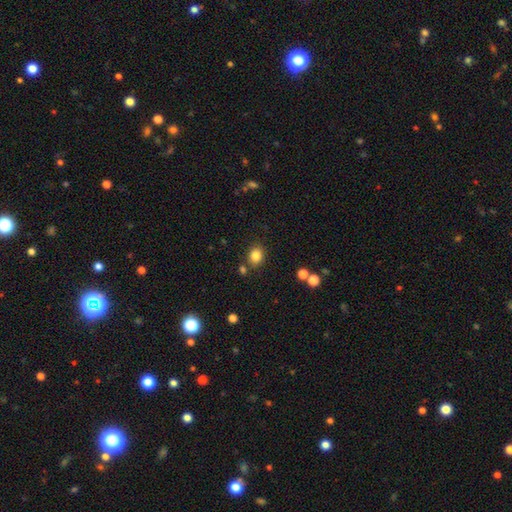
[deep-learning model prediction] Smooth or featured? Predicted: smooth (p=0.83). How rounded? Predicted: round (p=0.59). Merging? Predicted: none (p=0.81).